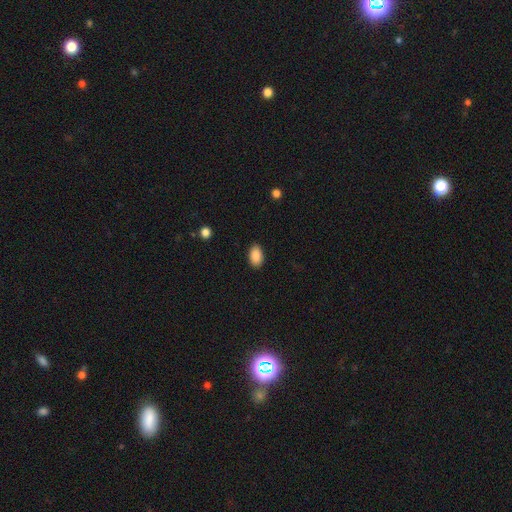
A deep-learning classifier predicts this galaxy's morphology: Smooth or featured? Predicted: smooth (p=0.89). How rounded? Predicted: in between (p=0.91). Merging? Predicted: none (p=0.88).